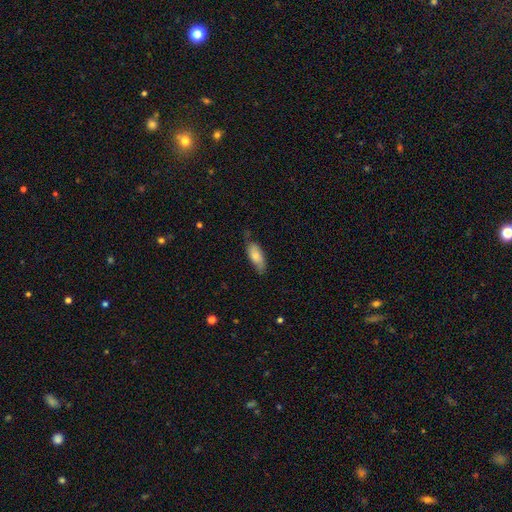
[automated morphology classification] A smooth galaxy with no disk features (71%) that is in between round and cigar-shaped (78%).

Vote fractions:
- Smooth or featured? smooth: 71% / featured or disk: 23% / star or artifact: 6%
- How rounded? in between: 78% / cigar-shaped: 20% / round: 2%
- Merging? none: 62% / minor disturbance: 29% / major disturbance: 7% / merger: 2%